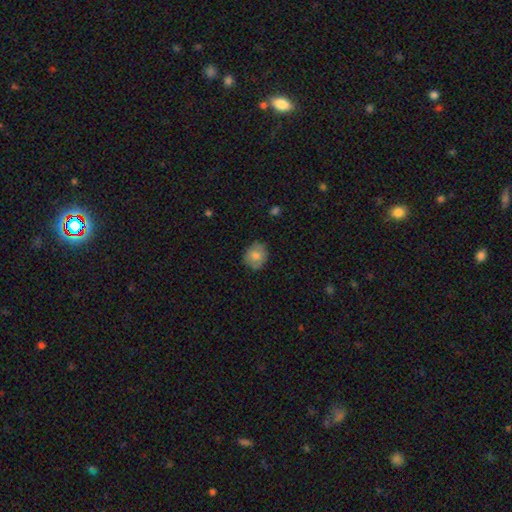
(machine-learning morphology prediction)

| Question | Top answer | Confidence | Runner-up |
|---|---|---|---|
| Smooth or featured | smooth | 74% | featured or disk (18%) |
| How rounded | round | 71% | in between (28%) |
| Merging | none | 75% | minor disturbance (19%) |